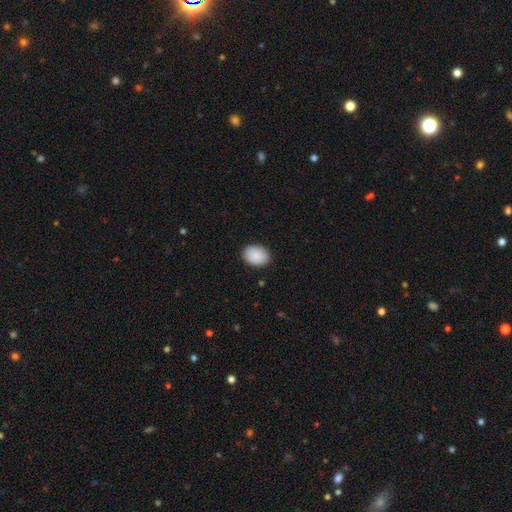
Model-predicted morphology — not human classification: This is clearly a smooth galaxy (91%). How rounded: likely in between (74%). Merging: clearly none (89%).